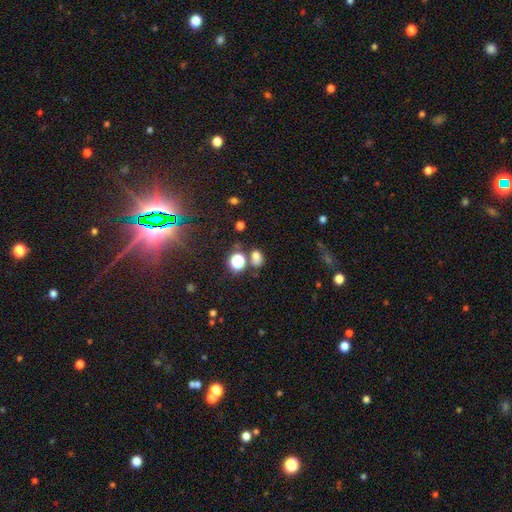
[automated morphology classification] smooth_or_featured: smooth (p=0.69) [alt: star or artifact p=0.24]
how_rounded: in between (p=0.58) [alt: round p=0.40]
merging: none (p=0.67) [alt: merger p=0.15]